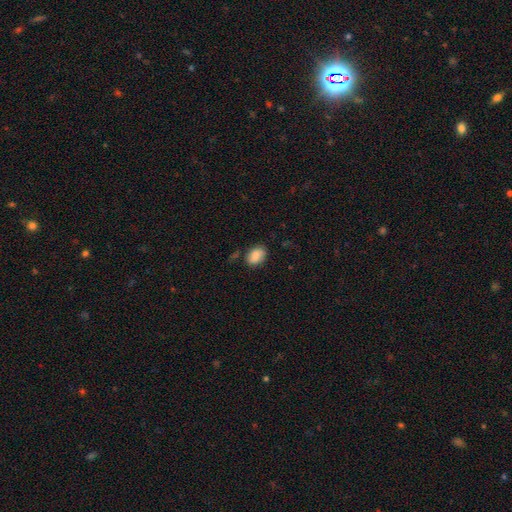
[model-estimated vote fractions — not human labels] Morphology: type=smooth (84%); roundness=in between (81%); merging=none (76%).